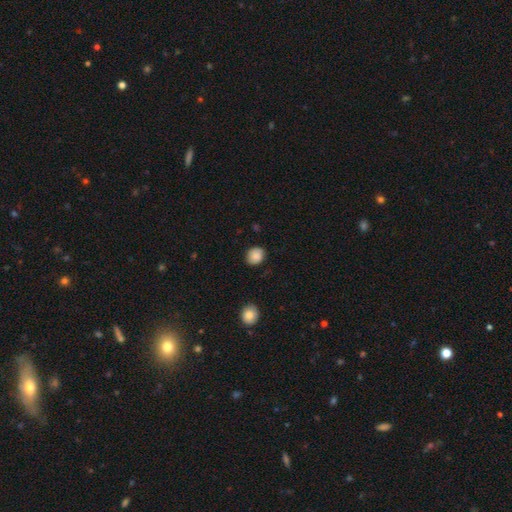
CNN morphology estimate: smooth-or-featured: smooth: 86% | star or artifact: 8% | featured or disk: 5%
  how-rounded: round: 66% | in between: 34% | cigar-shaped: 1%
  merging: none: 82% | minor disturbance: 14% | major disturbance: 3% | merger: 1%